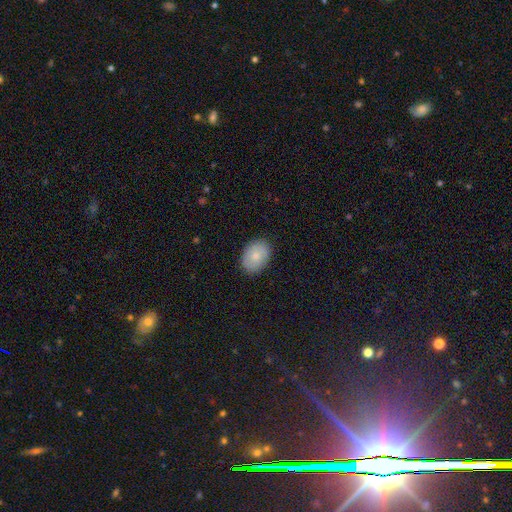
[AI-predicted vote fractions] Smooth or featured? Predicted: smooth (p=0.82). How rounded? Predicted: in between (p=0.78). Merging? Predicted: none (p=0.87).